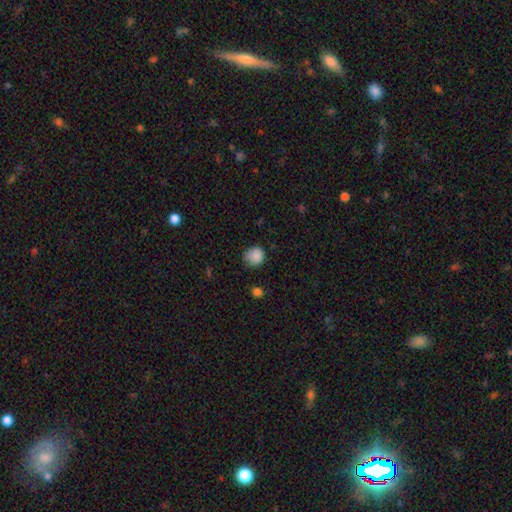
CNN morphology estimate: Smooth or featured? Predicted: smooth (p=0.87). How rounded? Predicted: round (p=0.81). Merging? Predicted: none (p=0.68).